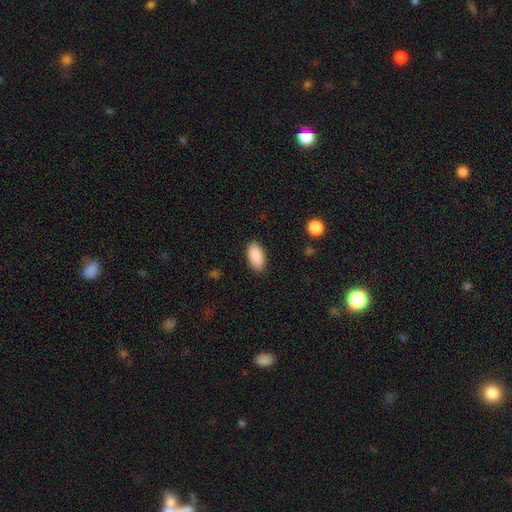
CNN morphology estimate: smooth_or_featured: smooth (p=0.90) [alt: star or artifact p=0.06]
how_rounded: in between (p=0.94) [alt: cigar-shaped p=0.03]
merging: none (p=0.87) [alt: minor disturbance p=0.10]